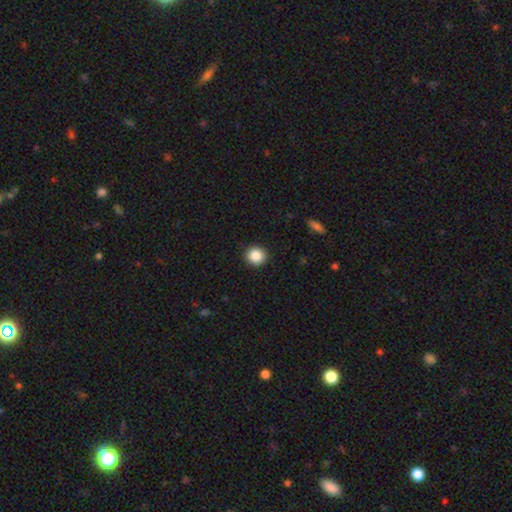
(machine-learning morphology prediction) Overall: smooth (87%). How rounded: round (91%). Merging: none (92%).